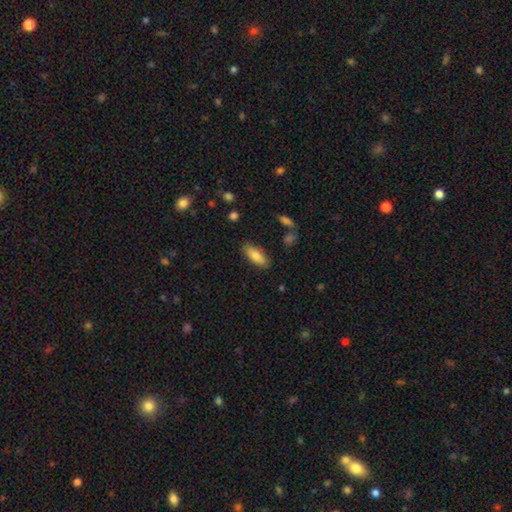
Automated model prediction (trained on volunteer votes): This appears to be a smooth galaxy with no disk features (80%) that is in between round and cigar-shaped (74%). Merging: none (84%).